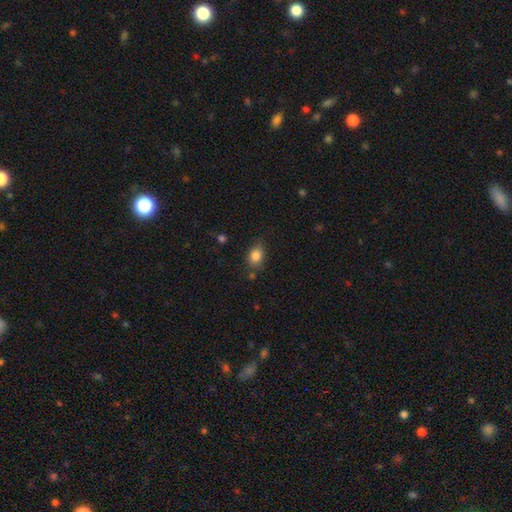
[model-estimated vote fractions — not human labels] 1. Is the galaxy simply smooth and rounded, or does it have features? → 84% smooth, 10% star or artifact, 6% featured or disk.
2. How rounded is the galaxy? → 60% in between, 38% round, 2% cigar-shaped.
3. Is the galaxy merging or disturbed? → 70% none, 21% minor disturbance, 5% major disturbance, 4% merger.